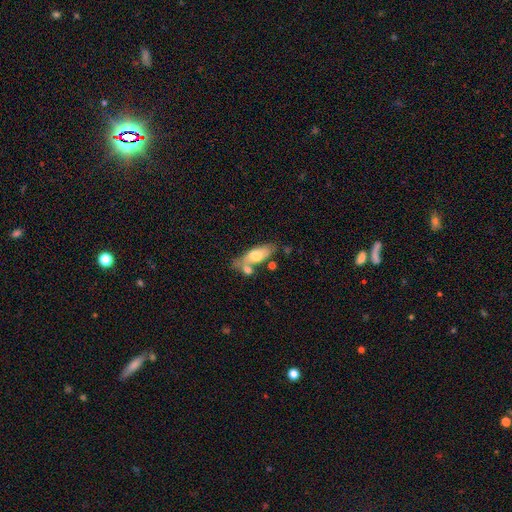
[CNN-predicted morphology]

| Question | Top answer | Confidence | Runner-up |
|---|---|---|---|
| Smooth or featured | smooth | 60% | featured or disk (33%) |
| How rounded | in between | 72% | cigar-shaped (25%) |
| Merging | none | 47% | merger (28%) |